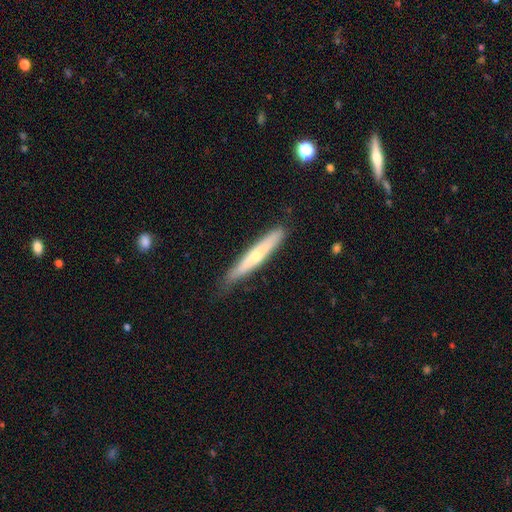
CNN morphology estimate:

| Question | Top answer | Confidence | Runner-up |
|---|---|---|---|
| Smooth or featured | smooth | 49% | featured or disk (45%) |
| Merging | none | 82% | minor disturbance (15%) |